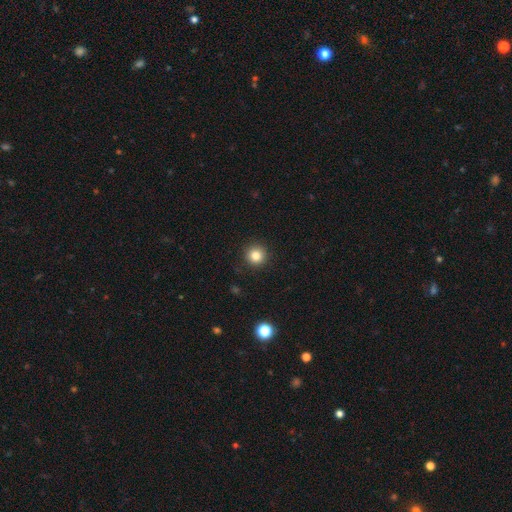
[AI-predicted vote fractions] Smooth or featured: smooth — 83% (star or artifact — 11%)
How rounded: round — 95% (in between — 4%)
Merging: none — 92% (minor disturbance — 5%)